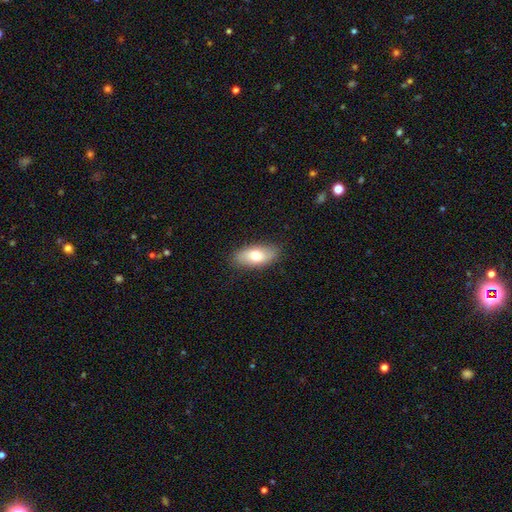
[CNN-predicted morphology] A smooth galaxy with no disk features (72%) that is in between round and cigar-shaped (88%). Merging: none (87%).